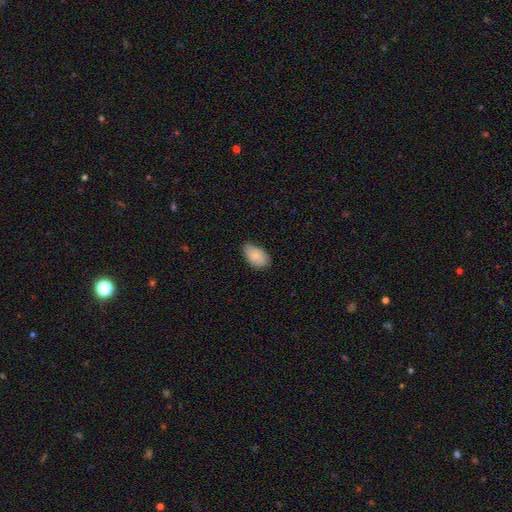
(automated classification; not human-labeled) Morphology: type=smooth (80%); roundness=in between (93%); merging=none (65%).